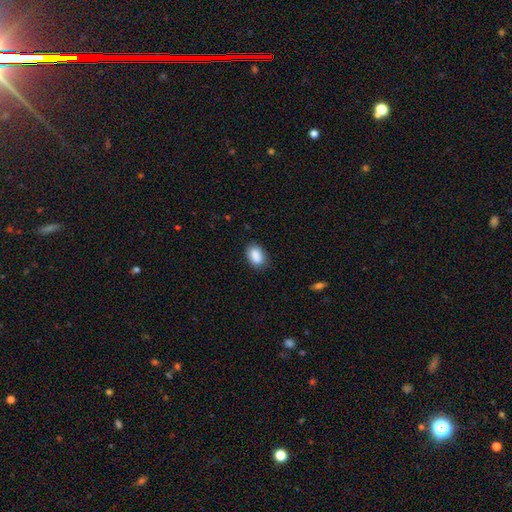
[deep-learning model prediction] Smooth or featured?
  - smooth: 89% *
  - star or artifact: 8%
  - featured or disk: 4%
How rounded?
  - in between: 87% *
  - round: 12%
  - cigar-shaped: 1%
Merging?
  - none: 82% *
  - minor disturbance: 14%
  - major disturbance: 3%
  - merger: 1%